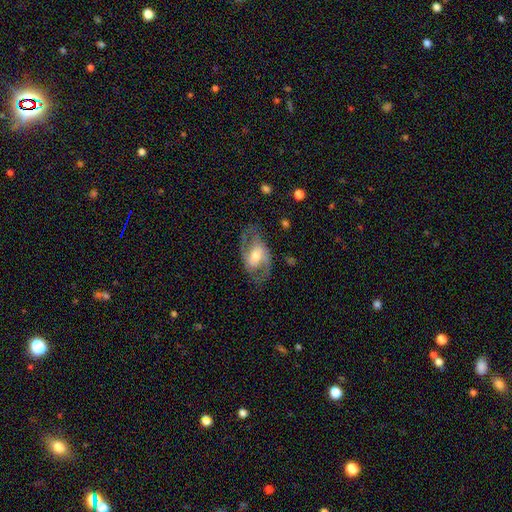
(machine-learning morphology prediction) smooth_or_featured: featured or disk (p=0.80) [alt: smooth p=0.15]
disk_edge_on: no (p=0.95) [alt: yes p=0.05]
bar: weak (p=0.44) [alt: no p=0.29]
has_spiral_arms: yes (p=0.89) [alt: no p=0.11]
spiral_winding: medium (p=0.53) [alt: loose p=0.27]
spiral_arm_count: 2 (p=0.88) [alt: can't tell p=0.06]
bulge_size: moderate (p=0.62) [alt: small p=0.25]
merging: none (p=0.75) [alt: minor disturbance p=0.15]